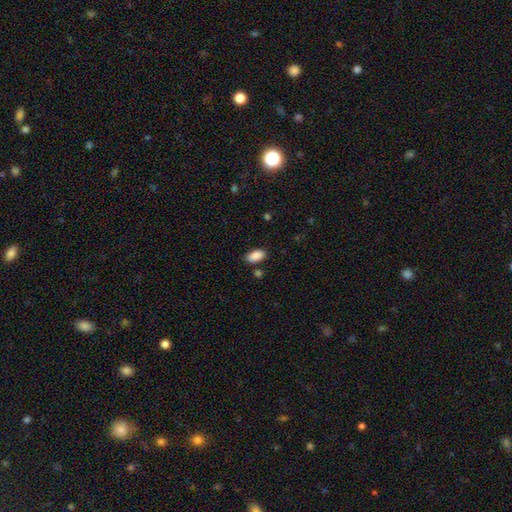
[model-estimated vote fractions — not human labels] smooth_or_featured: smooth (p=0.89) [alt: star or artifact p=0.07]
how_rounded: in between (p=0.93) [alt: round p=0.04]
merging: none (p=0.82) [alt: minor disturbance p=0.11]